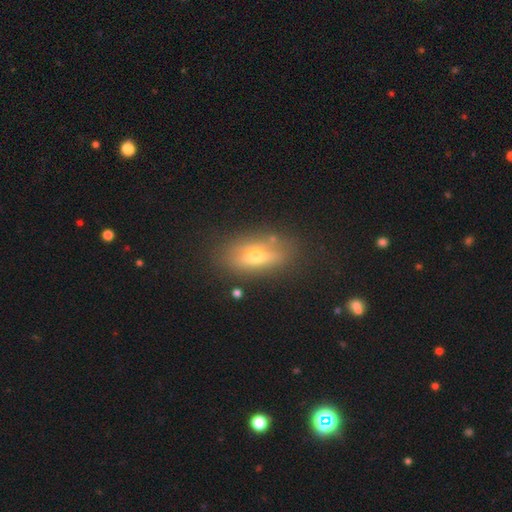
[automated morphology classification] A featured or disk galaxy (46%).

Vote fractions:
- Smooth or featured? featured or disk: 46% / smooth: 44% / star or artifact: 10%
- Merging? none: 76% / minor disturbance: 15% / major disturbance: 6% / merger: 3%